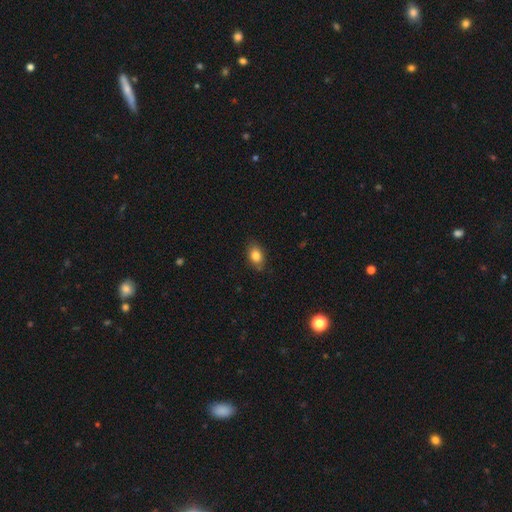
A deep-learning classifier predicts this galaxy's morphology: This appears to be a smooth galaxy with no disk features (83%) that is in between round and cigar-shaped (80%). Merging: none (82%).